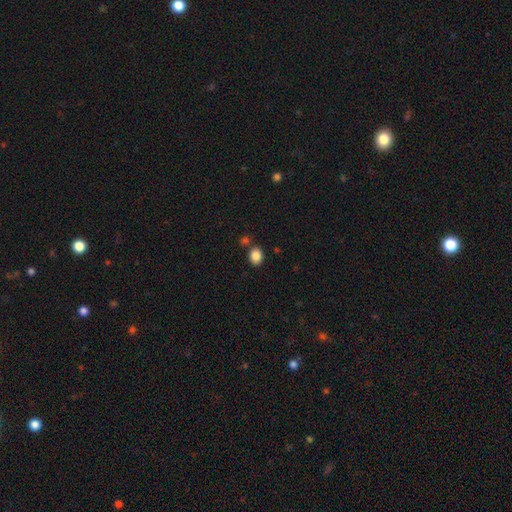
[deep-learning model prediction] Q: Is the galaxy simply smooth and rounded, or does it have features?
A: smooth — 86%.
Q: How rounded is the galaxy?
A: in between — 52%.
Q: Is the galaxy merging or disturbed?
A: none — 75%.